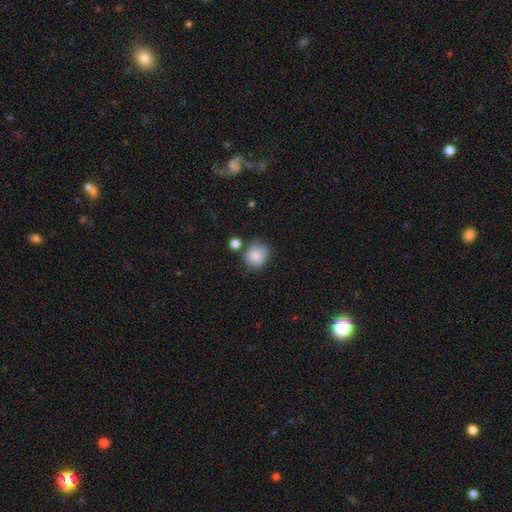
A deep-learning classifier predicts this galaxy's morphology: This is clearly a smooth galaxy (84%). How rounded: likely round (76%). Merging: likely none (64%).